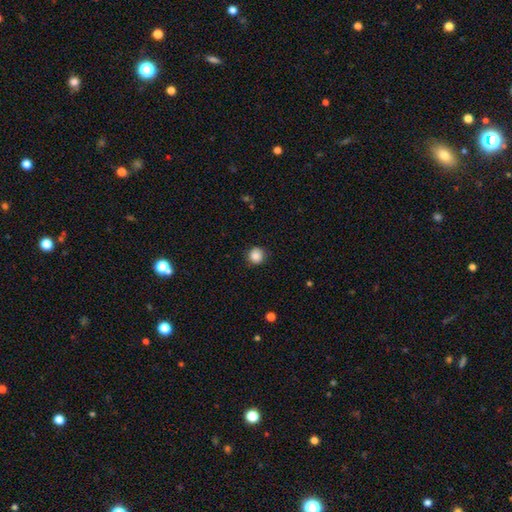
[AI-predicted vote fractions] This is clearly a smooth galaxy (87%). How rounded: clearly round (92%). Merging: clearly none (85%).